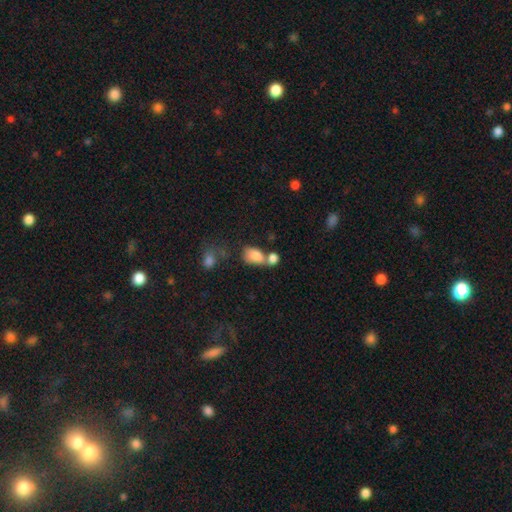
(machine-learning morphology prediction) The model was most divided on "merging": merger: 52%, none: 27%, minor disturbance: 13%, major disturbance: 8%. More confident: how rounded — in between (86%); smooth or featured — smooth (80%).